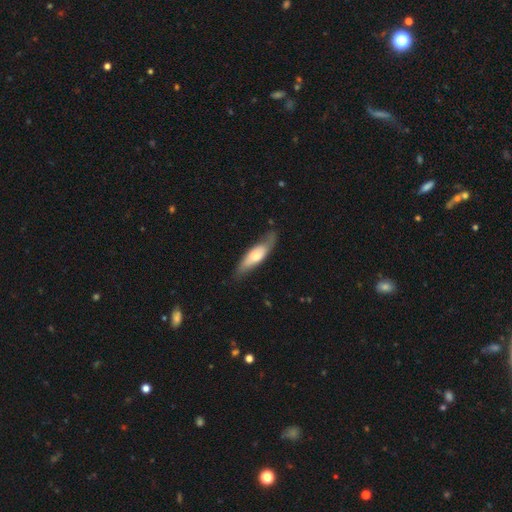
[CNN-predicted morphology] The model was most divided on "how rounded": cigar-shaped: 52%, in between: 46%, round: 2%. More confident: merging — none (69%); smooth or featured — smooth (56%).